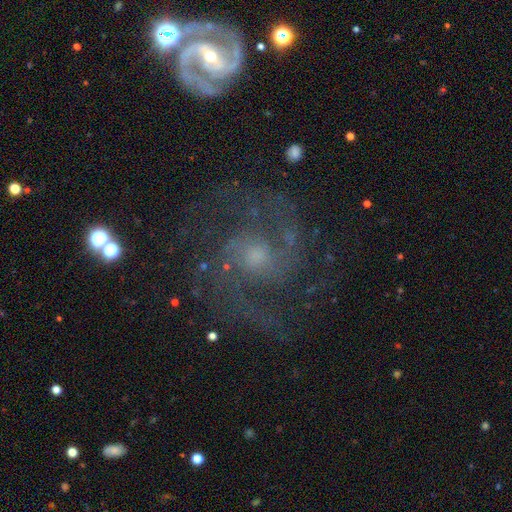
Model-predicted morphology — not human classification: smooth_or_featured: featured or disk (p=0.86) [alt: star or artifact p=0.08]
disk_edge_on: no (p=0.97) [alt: yes p=0.03]
bar: no (p=0.54) [alt: weak p=0.35]
has_spiral_arms: yes (p=0.97) [alt: no p=0.03]
spiral_winding: medium (p=0.54) [alt: tight p=0.31]
spiral_arm_count: 2 (p=0.76) [alt: 3 p=0.08]
bulge_size: small (p=0.46) [alt: moderate p=0.41]
merging: none (p=0.71) [alt: minor disturbance p=0.15]